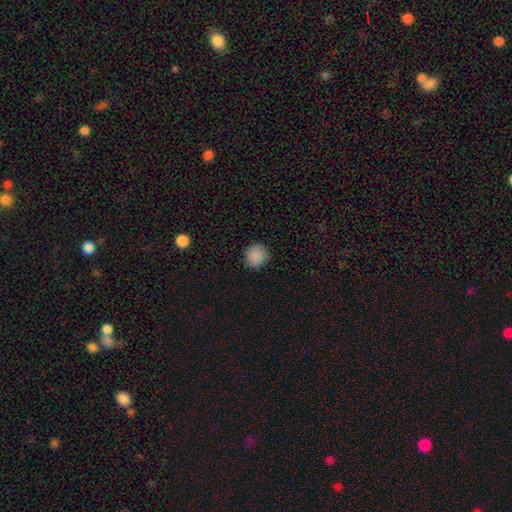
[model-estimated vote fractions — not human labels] Smooth or featured: smooth — 88% (star or artifact — 9%)
How rounded: round — 89% (in between — 10%)
Merging: none — 89% (minor disturbance — 8%)